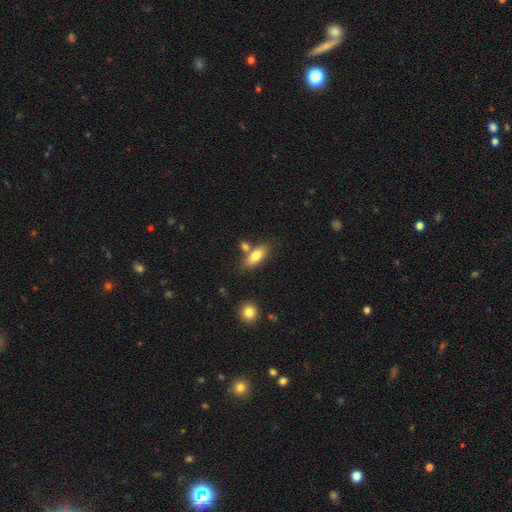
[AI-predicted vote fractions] Smooth or featured?
  - smooth: 78% *
  - featured or disk: 15%
  - star or artifact: 7%
How rounded?
  - in between: 74% *
  - cigar-shaped: 23%
  - round: 3%
Merging?
  - none: 65% *
  - merger: 17%
  - minor disturbance: 14%
  - major disturbance: 4%